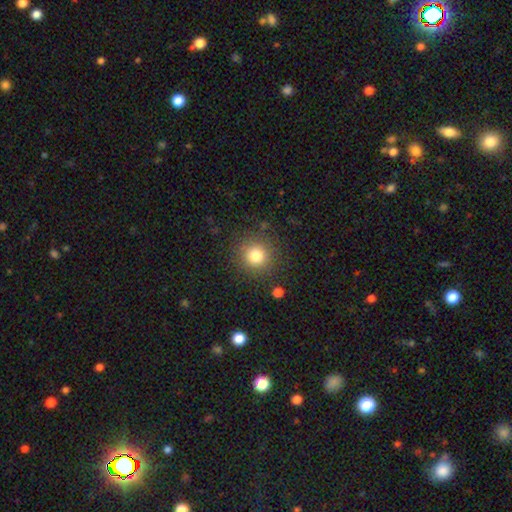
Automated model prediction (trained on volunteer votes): Smooth or featured? Predicted: smooth (p=0.79). How rounded? Predicted: round (p=0.94). Merging? Predicted: none (p=0.86).